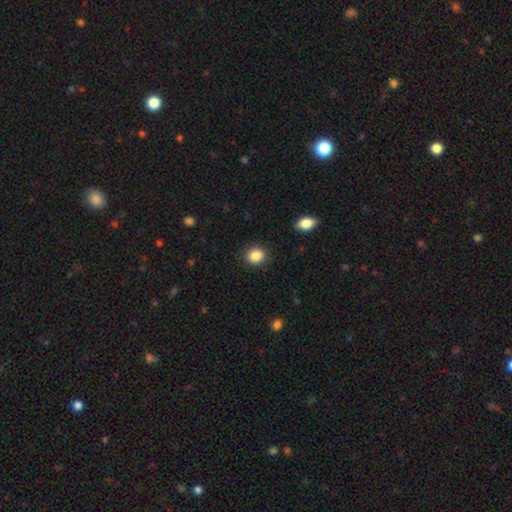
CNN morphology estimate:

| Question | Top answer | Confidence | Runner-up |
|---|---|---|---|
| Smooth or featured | smooth | 87% | star or artifact (10%) |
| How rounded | round | 75% | in between (24%) |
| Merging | none | 89% | minor disturbance (8%) |